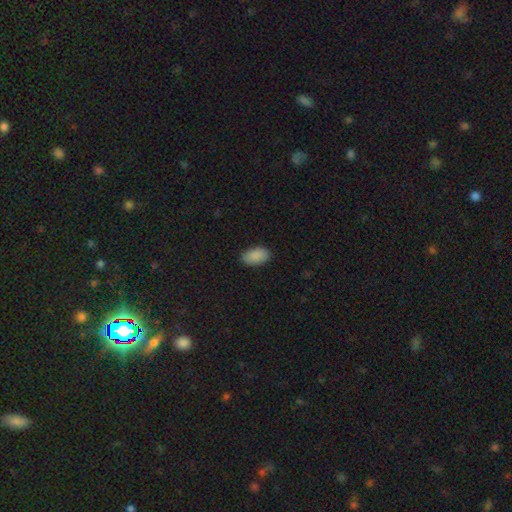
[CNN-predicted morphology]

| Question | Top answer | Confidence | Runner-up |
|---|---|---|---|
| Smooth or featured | smooth | 89% | star or artifact (7%) |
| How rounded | in between | 94% | round (5%) |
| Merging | none | 85% | minor disturbance (12%) |